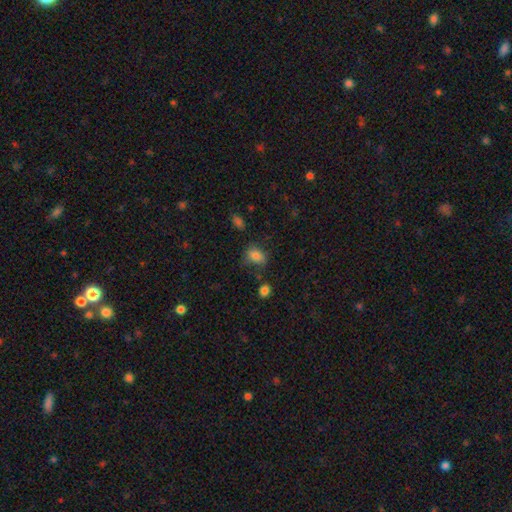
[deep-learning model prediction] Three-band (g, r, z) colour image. It shows a smooth galaxy with no disk features (81%) that is in between round and cigar-shaped (72%). Merging: none (64%).